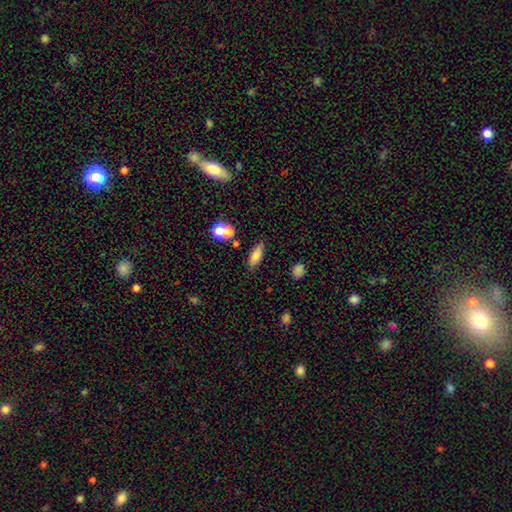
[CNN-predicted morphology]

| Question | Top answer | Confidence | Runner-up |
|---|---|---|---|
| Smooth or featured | smooth | 73% | featured or disk (17%) |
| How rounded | in between | 61% | cigar-shaped (34%) |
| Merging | none | 76% | minor disturbance (13%) |